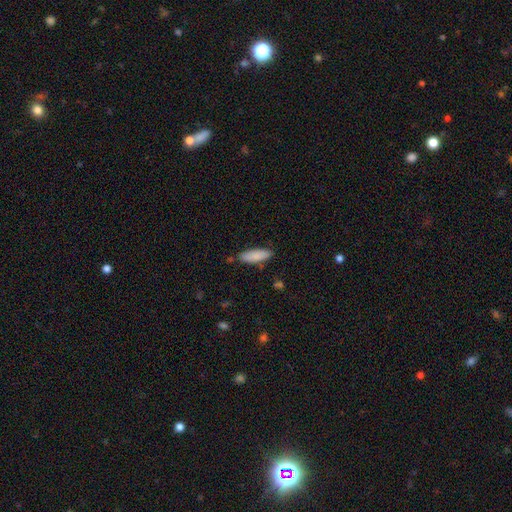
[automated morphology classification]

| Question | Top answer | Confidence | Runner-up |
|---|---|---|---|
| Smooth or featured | smooth | 86% | featured or disk (8%) |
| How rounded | in between | 59% | cigar-shaped (39%) |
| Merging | none | 81% | minor disturbance (13%) |